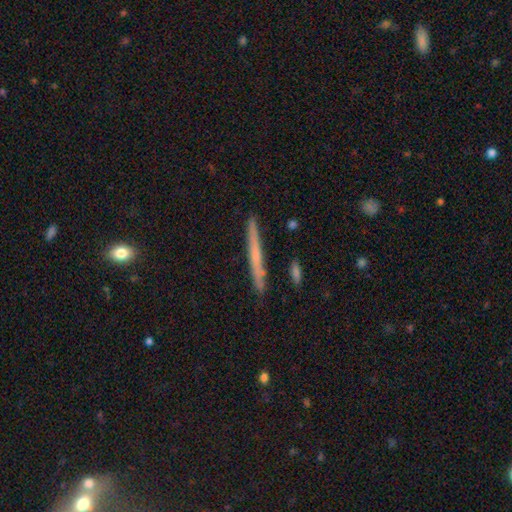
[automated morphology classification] featured or disk 49%, smooth 44%, star or artifact 7%. Down the decision tree: merging — none (89%).